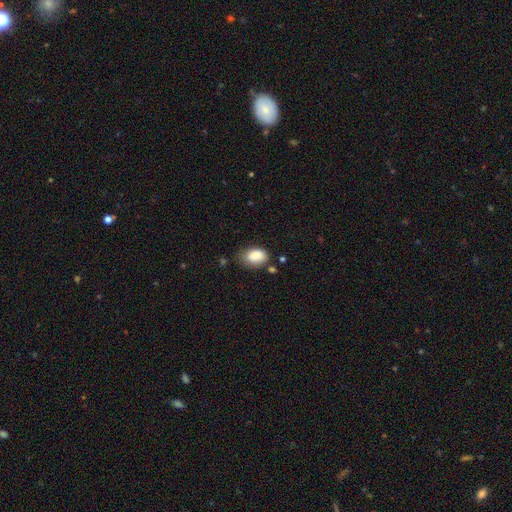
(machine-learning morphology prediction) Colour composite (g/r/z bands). It shows a smooth galaxy with no disk features (87%) that is in between round and cigar-shaped (88%). Merging: none (58%).